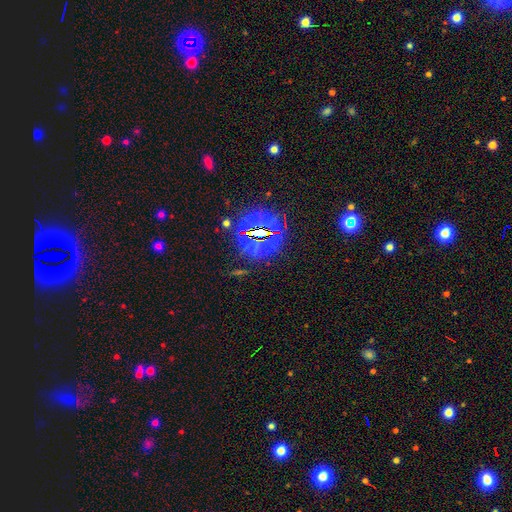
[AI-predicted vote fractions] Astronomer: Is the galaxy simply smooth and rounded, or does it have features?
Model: star or artifact — 84%.